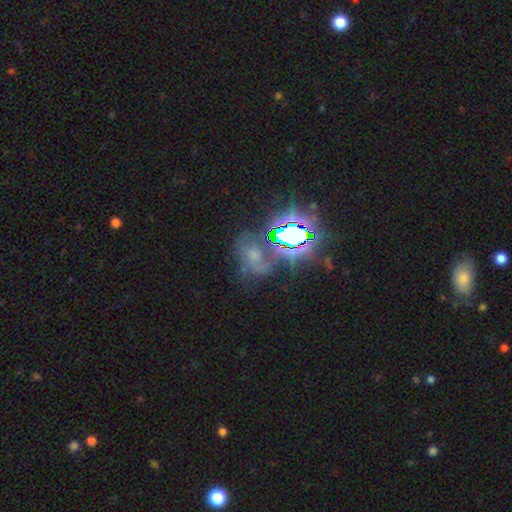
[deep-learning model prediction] This appears to be a star or artifact, not a galaxy (44%).